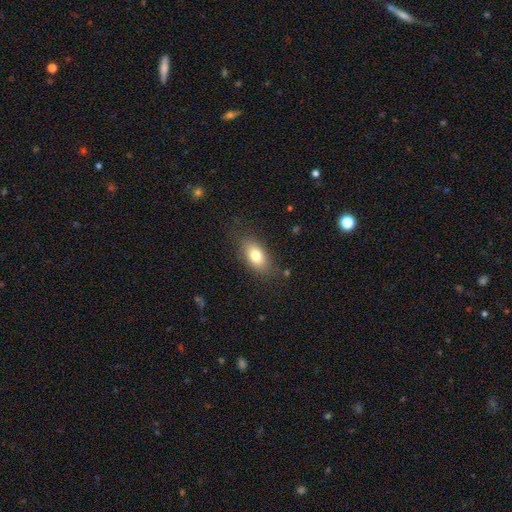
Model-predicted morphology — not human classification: Smooth or featured: smooth — 78% (featured or disk — 14%)
How rounded: in between — 87% (round — 8%)
Merging: none — 80% (minor disturbance — 14%)